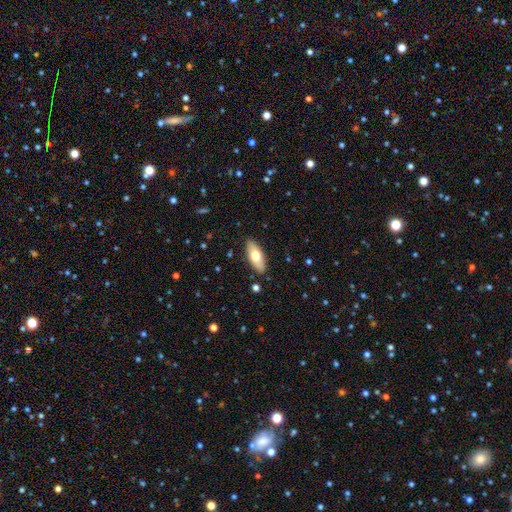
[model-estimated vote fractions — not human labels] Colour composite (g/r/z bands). It shows a smooth galaxy with no disk features (70%) that is in between round and cigar-shaped (80%). Merging: none (89%).